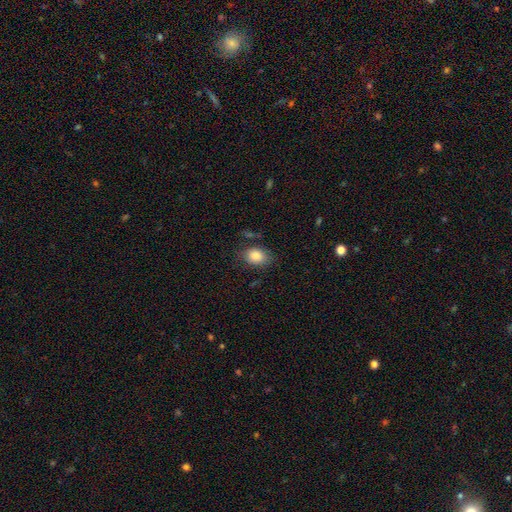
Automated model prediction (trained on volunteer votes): Overall: smooth (86%). How rounded: in between (68%; round 31%). Merging: none (73%).